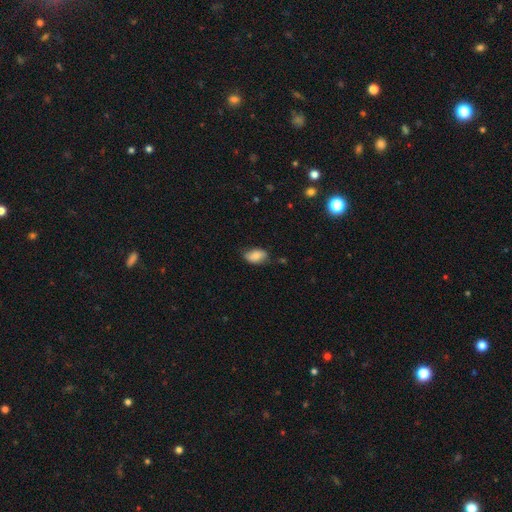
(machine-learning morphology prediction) Q: Smooth or featured?
A: smooth (78%); runner-up: featured or disk (14%)
Q: How rounded?
A: in between (91%); runner-up: round (7%)
Q: Merging?
A: none (67%); runner-up: minor disturbance (26%)